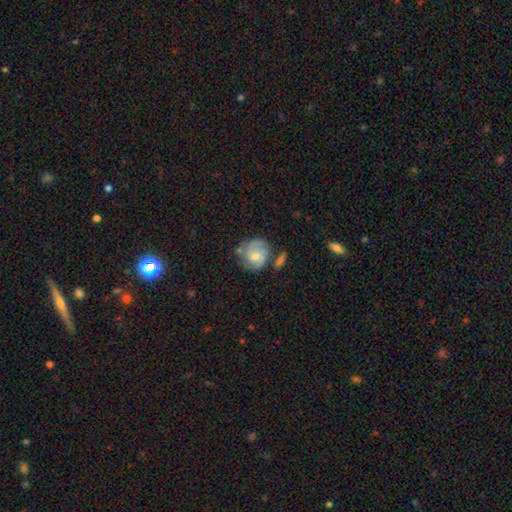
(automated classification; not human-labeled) A featured or disk galaxy (52%) with no bar (62%), spiral arms (77%) and a moderate central bulge (53%). Merging: none (47%).